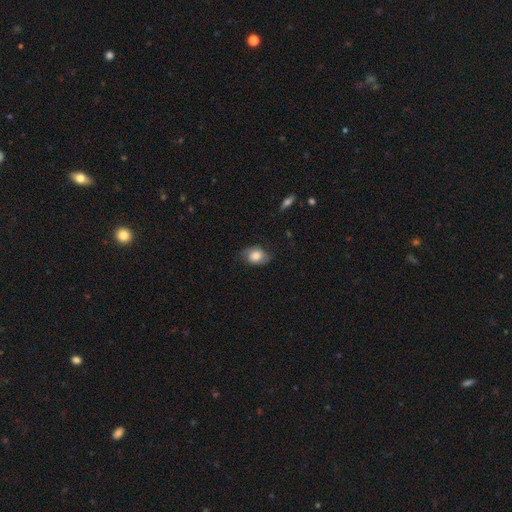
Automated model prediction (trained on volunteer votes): Smooth or featured? Predicted: smooth (p=0.70). How rounded? Predicted: in between (p=0.72). Merging? Predicted: none (p=0.70).